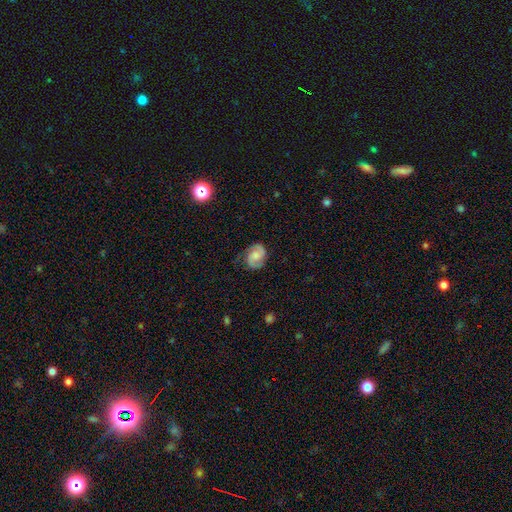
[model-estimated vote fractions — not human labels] Smooth or featured?
  - featured or disk: 74% *
  - smooth: 19%
  - star or artifact: 7%
Edge-on disk?
  - no: 98% *
  - yes: 2%
Bar?
  - no: 58% *
  - weak: 35%
  - strong: 7%
Spiral arms?
  - yes: 96% *
  - no: 4%
Spiral winding?
  - medium: 48% *
  - tight: 36%
  - loose: 16%
Spiral arm count?
  - 2: 89% *
  - can't tell: 4%
  - 1: 3%
  - 3: 2%
  - 4: 1%
  - more than 4: 1%
Bulge size?
  - moderate: 33% *
  - none: 28%
  - small: 25%
  - large: 12%
  - dominant: 2%
Merging?
  - none: 75% *
  - minor disturbance: 17%
  - major disturbance: 6%
  - merger: 1%